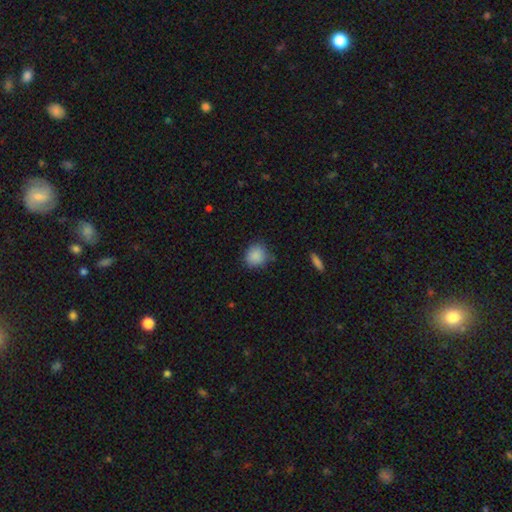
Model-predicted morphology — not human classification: A smooth galaxy with no disk features (88%) that is round (81%). Merging: none (80%).